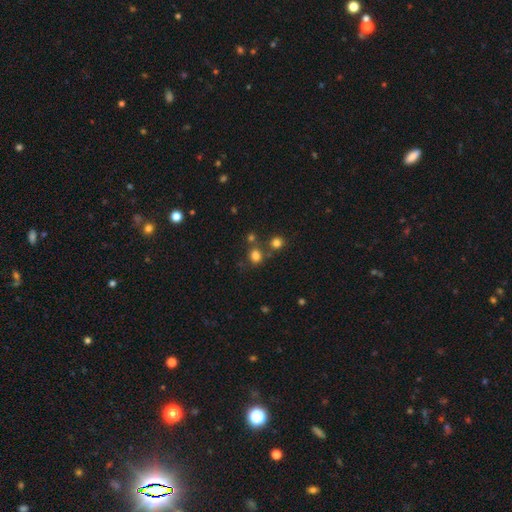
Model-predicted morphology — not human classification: smooth_or_featured: smooth (p=0.76) [alt: star or artifact p=0.17]
how_rounded: round (p=0.73) [alt: in between p=0.26]
merging: none (p=0.66) [alt: merger p=0.19]